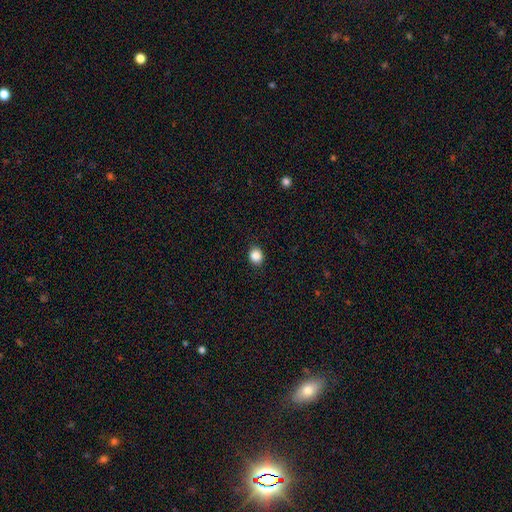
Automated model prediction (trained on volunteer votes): A smooth galaxy with no disk features (87%) that is round (65%).

Vote fractions:
- Smooth or featured? smooth: 87% / star or artifact: 10% / featured or disk: 3%
- How rounded? round: 65% / in between: 34% / cigar-shaped: 1%
- Merging? none: 90% / minor disturbance: 7% / major disturbance: 2% / merger: 1%